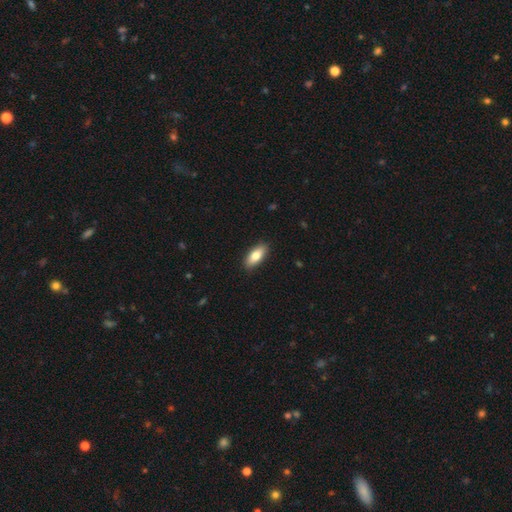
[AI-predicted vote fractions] Morphology: type=smooth (79%); roundness=in between (81%); merging=none (89%).